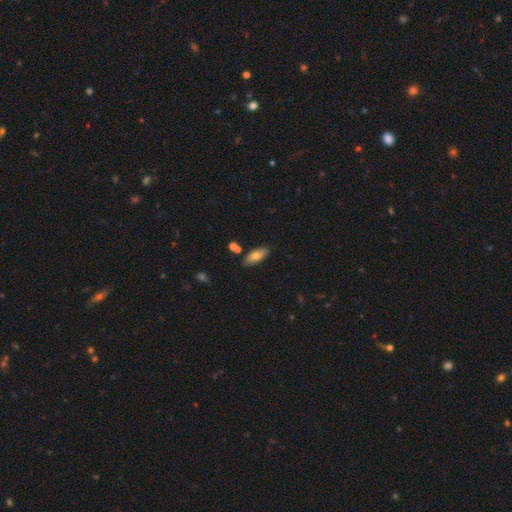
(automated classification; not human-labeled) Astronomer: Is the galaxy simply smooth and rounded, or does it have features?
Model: smooth — 74%.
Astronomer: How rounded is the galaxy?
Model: in between — 79%.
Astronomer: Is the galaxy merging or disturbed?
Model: none — 79%.